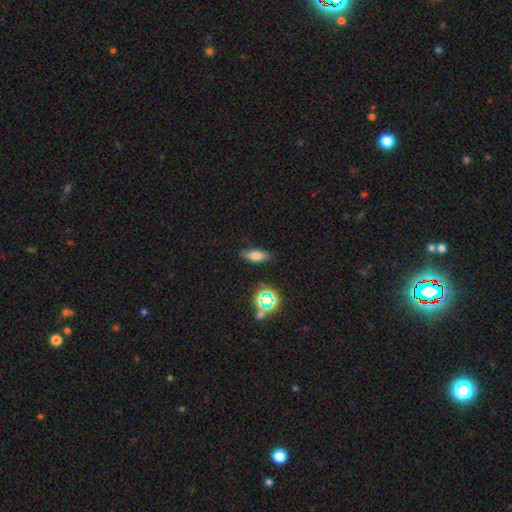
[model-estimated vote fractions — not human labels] A smooth galaxy with no disk features (68%) that is in between round and cigar-shaped (70%).

Vote fractions:
- Smooth or featured? smooth: 68% / featured or disk: 17% / star or artifact: 15%
- How rounded? in between: 70% / cigar-shaped: 24% / round: 6%
- Merging? none: 83% / minor disturbance: 12% / major disturbance: 3% / merger: 2%